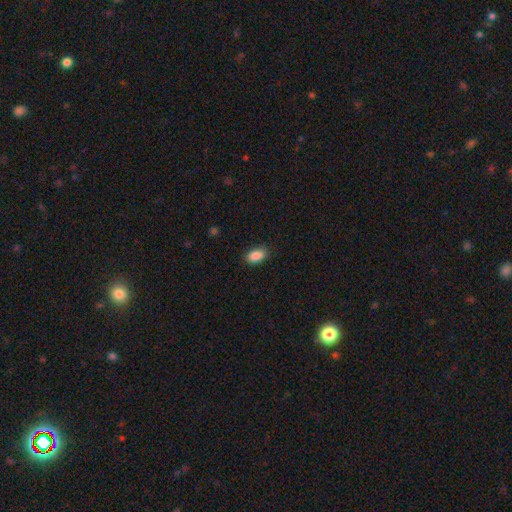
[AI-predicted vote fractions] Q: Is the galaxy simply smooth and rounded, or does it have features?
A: smooth — 89%.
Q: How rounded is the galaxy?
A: in between — 91%.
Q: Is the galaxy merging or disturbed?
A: none — 84%.